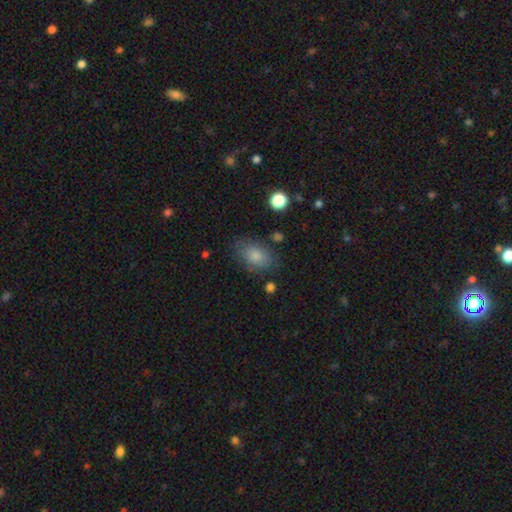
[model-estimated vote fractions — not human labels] smooth_or_featured: smooth (p=0.81) [alt: featured or disk p=0.10]
how_rounded: in between (p=0.84) [alt: round p=0.14]
merging: none (p=0.74) [alt: minor disturbance p=0.17]